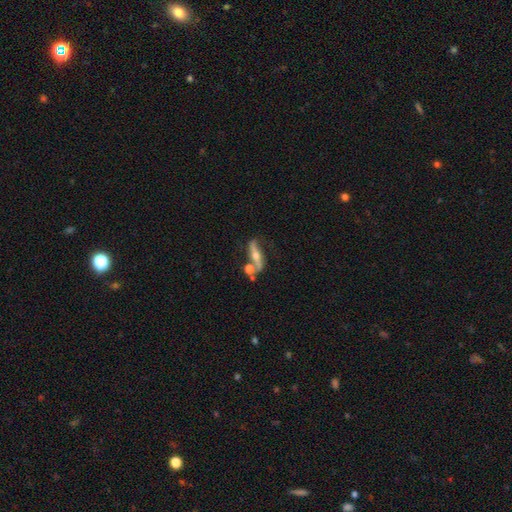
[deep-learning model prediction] Morphology: type=featured or disk (70%); edge-on=yes (54%); merging=none (58%).